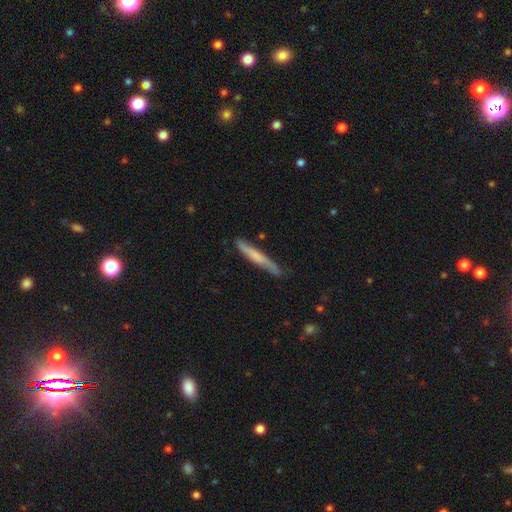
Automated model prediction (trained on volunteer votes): A smooth galaxy with no disk features (52%) that is cigar-shaped (95%).

Vote fractions:
- Smooth or featured? smooth: 52% / featured or disk: 43% / star or artifact: 5%
- How rounded? cigar-shaped: 95% / in between: 3% / round: 1%
- Merging? none: 76% / minor disturbance: 19% / major disturbance: 3% / merger: 2%